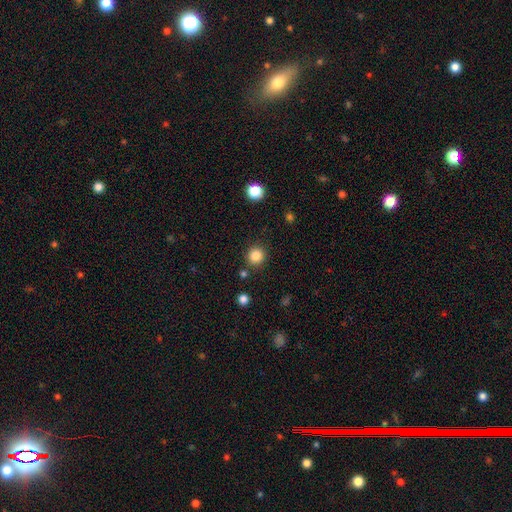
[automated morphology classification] This is clearly a smooth galaxy (85%). How rounded: clearly round (92%). Merging: clearly none (87%).